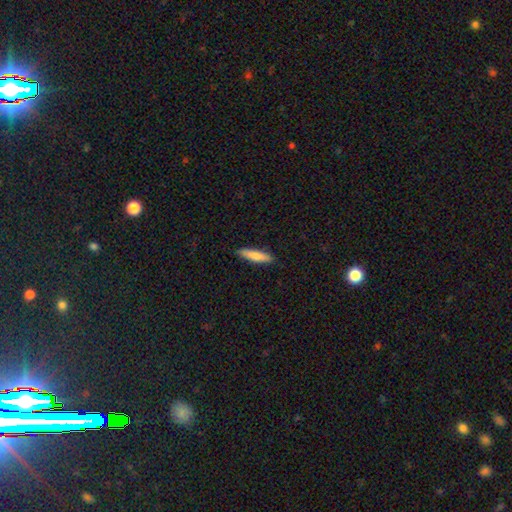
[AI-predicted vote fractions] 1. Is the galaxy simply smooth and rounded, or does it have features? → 80% smooth, 15% featured or disk, 6% star or artifact.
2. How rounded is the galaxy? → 81% cigar-shaped, 17% in between, 1% round.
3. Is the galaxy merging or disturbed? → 88% none, 9% minor disturbance, 2% major disturbance, 1% merger.